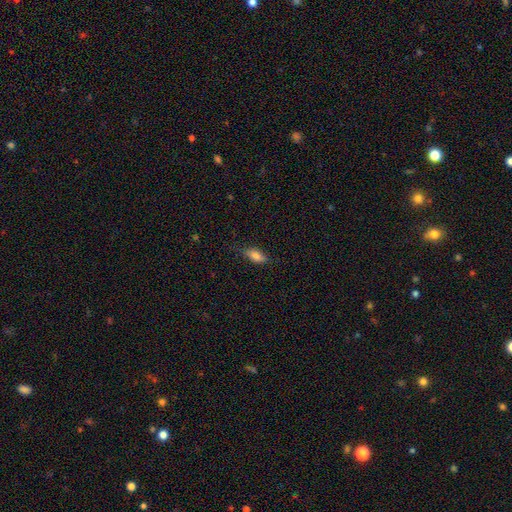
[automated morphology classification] A smooth galaxy with no disk features (78%) that is in between round and cigar-shaped (81%).

Vote fractions:
- Smooth or featured? smooth: 78% / featured or disk: 14% / star or artifact: 8%
- How rounded? in between: 81% / cigar-shaped: 15% / round: 3%
- Merging? none: 74% / minor disturbance: 20% / major disturbance: 4% / merger: 1%